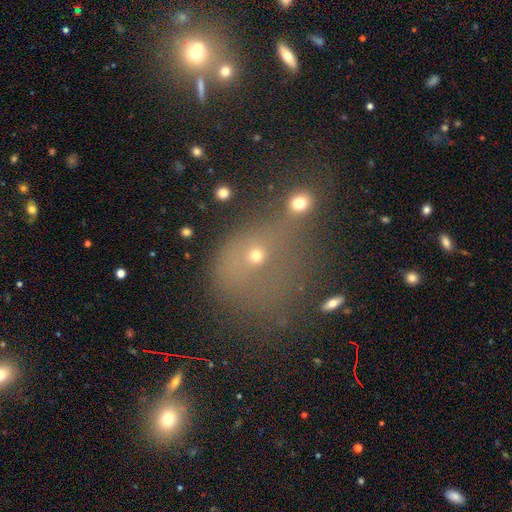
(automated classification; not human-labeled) Q: Smooth or featured?
A: smooth (57%); runner-up: star or artifact (23%)
Q: How rounded?
A: round (57%); runner-up: in between (41%)
Q: Merging?
A: merger (52%); runner-up: none (26%)